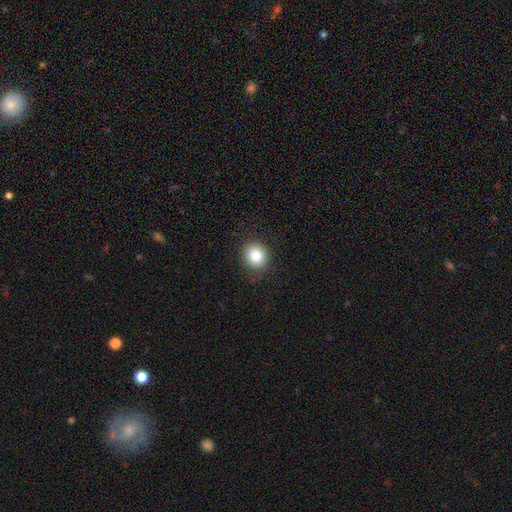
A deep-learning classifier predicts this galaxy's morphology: This appears to be a smooth galaxy with no disk features (83%) that is round (82%). Merging: none (88%).